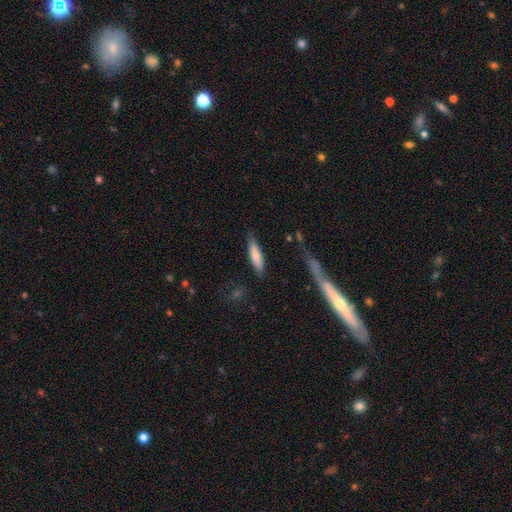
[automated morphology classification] Smooth or featured? Predicted: smooth (p=0.77). How rounded? Predicted: cigar-shaped (p=0.69). Merging? Predicted: none (p=0.77).